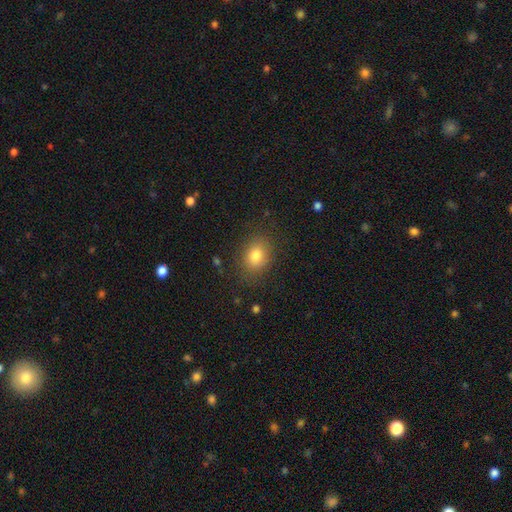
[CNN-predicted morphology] This appears to be a smooth galaxy with no disk features (79%) that is in between round and cigar-shaped (52%). Merging: none (85%).